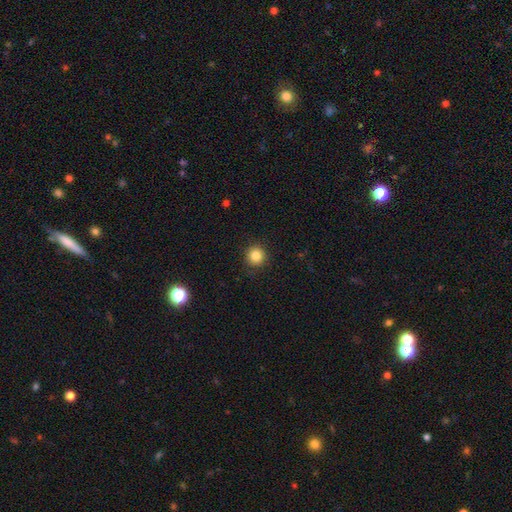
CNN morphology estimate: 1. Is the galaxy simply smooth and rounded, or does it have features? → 84% smooth, 11% star or artifact, 5% featured or disk.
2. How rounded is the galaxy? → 93% round, 6% in between, 1% cigar-shaped.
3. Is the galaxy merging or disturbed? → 91% none, 6% minor disturbance, 2% major disturbance, 1% merger.